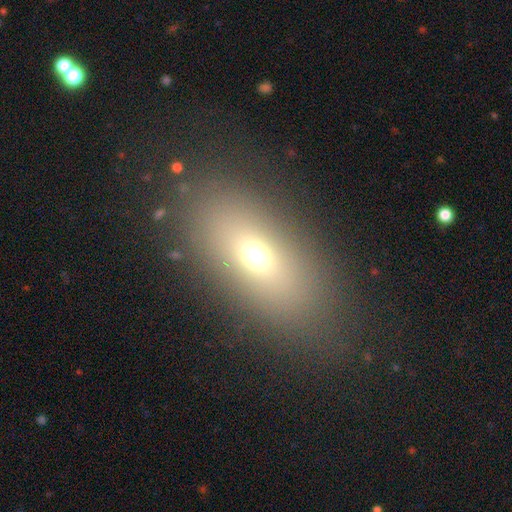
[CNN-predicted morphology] Overall: smooth (65%). How rounded: in between (80%). Merging: none (83%).